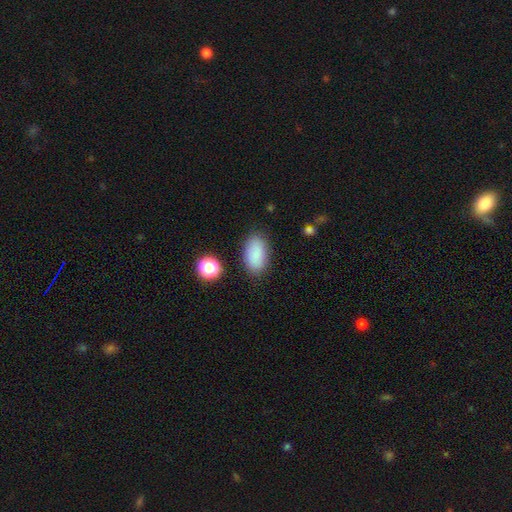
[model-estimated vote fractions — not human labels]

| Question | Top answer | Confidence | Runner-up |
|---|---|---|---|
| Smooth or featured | smooth | 87% | star or artifact (8%) |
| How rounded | in between | 93% | round (5%) |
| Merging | none | 84% | minor disturbance (11%) |